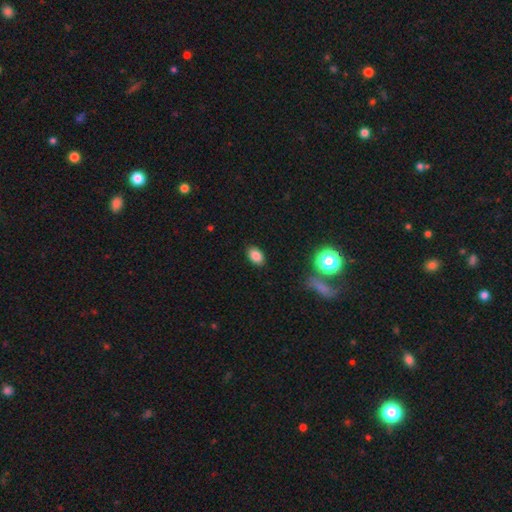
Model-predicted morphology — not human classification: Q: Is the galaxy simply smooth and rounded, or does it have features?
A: smooth — 84%.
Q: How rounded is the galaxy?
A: in between — 85%.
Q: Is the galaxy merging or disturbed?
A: none — 87%.